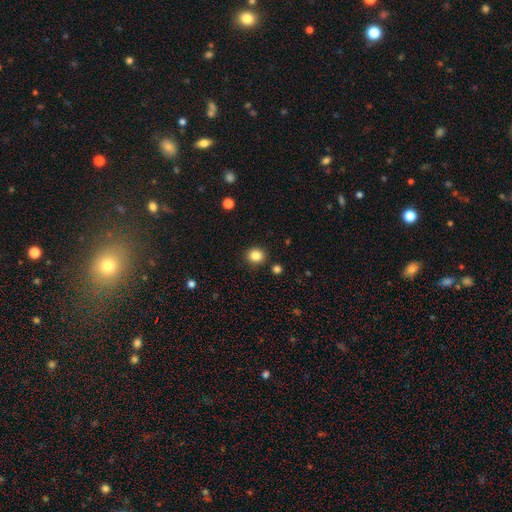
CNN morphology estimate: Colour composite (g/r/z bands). It shows a smooth galaxy with no disk features (84%) that is round (85%). Merging: none (89%).